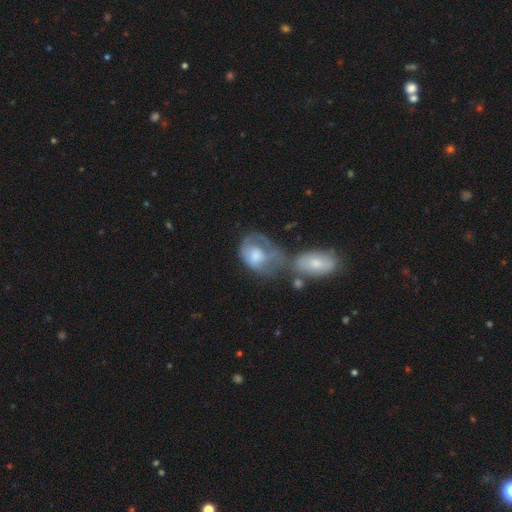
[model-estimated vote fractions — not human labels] Smooth or featured? smooth (52%)
How rounded? in between (69%)
Merging? merger (37%)